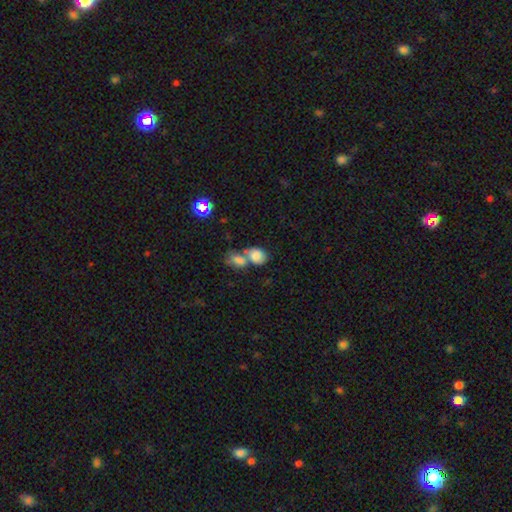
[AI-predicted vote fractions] Smooth or featured: smooth — 79% (featured or disk — 11%)
How rounded: in between — 60% (round — 38%)
Merging: merger — 66% (none — 21%)